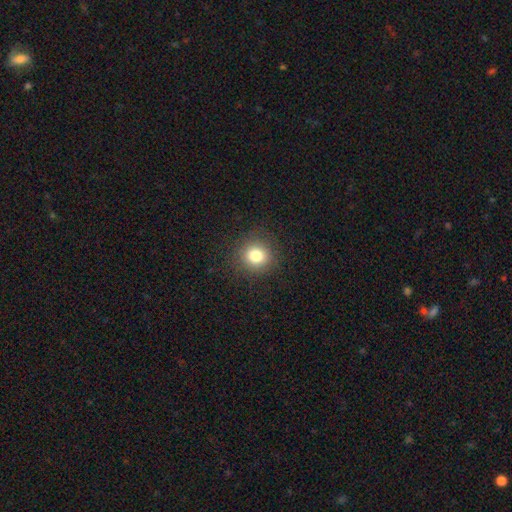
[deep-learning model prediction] Smooth or featured? Predicted: smooth (p=0.79). How rounded? Predicted: round (p=0.90). Merging? Predicted: none (p=0.89).